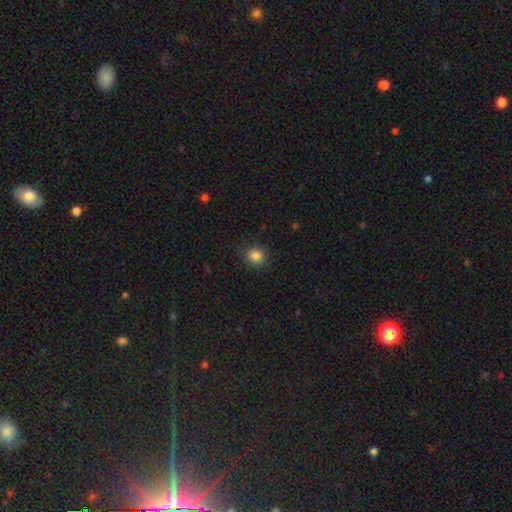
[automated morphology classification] This is clearly a smooth galaxy (84%). How rounded: clearly round (80%). Merging: clearly none (87%).